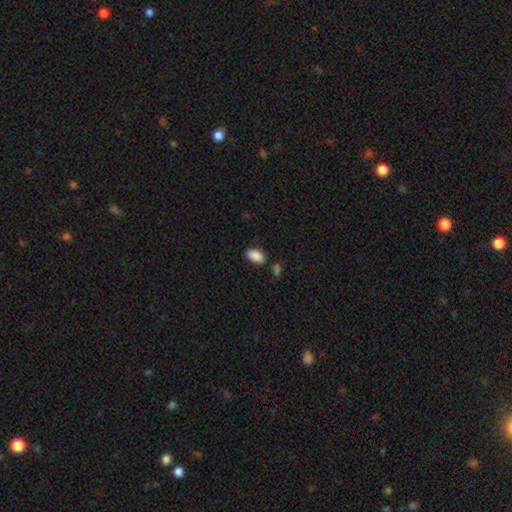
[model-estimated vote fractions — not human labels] Smooth or featured?
  - smooth: 89% *
  - star or artifact: 7%
  - featured or disk: 4%
How rounded?
  - in between: 93% *
  - round: 5%
  - cigar-shaped: 2%
Merging?
  - none: 77% *
  - minor disturbance: 13%
  - merger: 7%
  - major disturbance: 3%